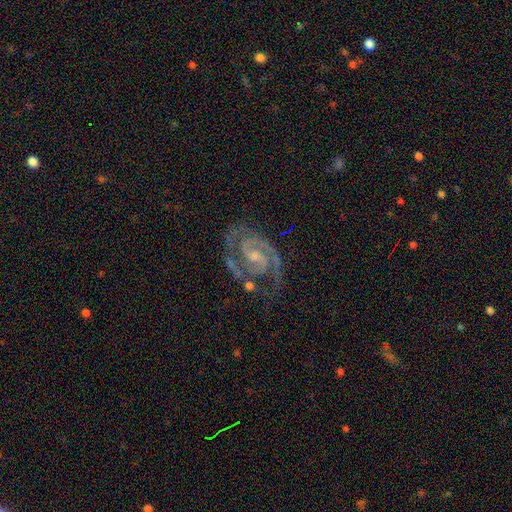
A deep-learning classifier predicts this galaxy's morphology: This is clearly a featured or disk galaxy (92%). It is clearly not viewed edge-on (98%). Bar: possibly weak (48%). Spiral arm pattern: clearly yes (99%). Spiral arm count: clearly 2 (89%). Spiral winding: possibly tight (50%). Central bulge: likely small (60%). Merging: likely none (69%).